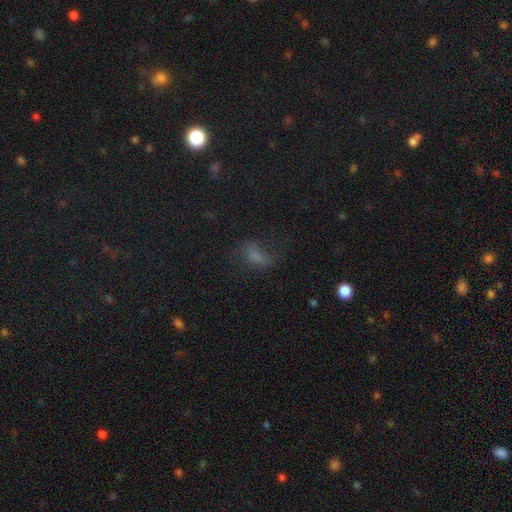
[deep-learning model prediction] Morphology: type=smooth (58%); roundness=in between (79%); merging=none (45%).